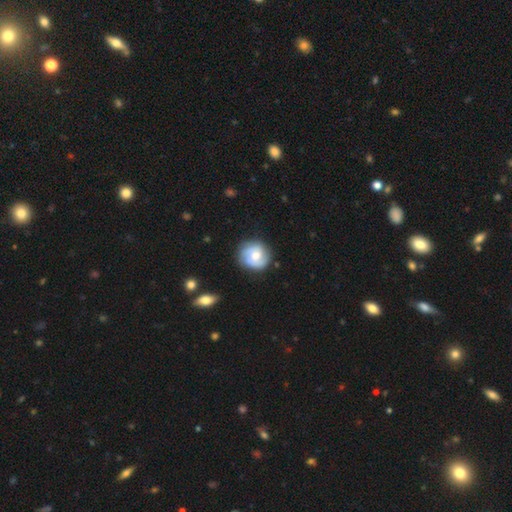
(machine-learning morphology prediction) featured or disk 62%, smooth 32%, star or artifact 6%. Down the decision tree: edge-on disk — no (98%); bar — no (67%); spiral arms — yes (90%); spiral arm count — 2 (40%); spiral winding — tight (52%); bulge size — moderate (69%); merging — none (80%).